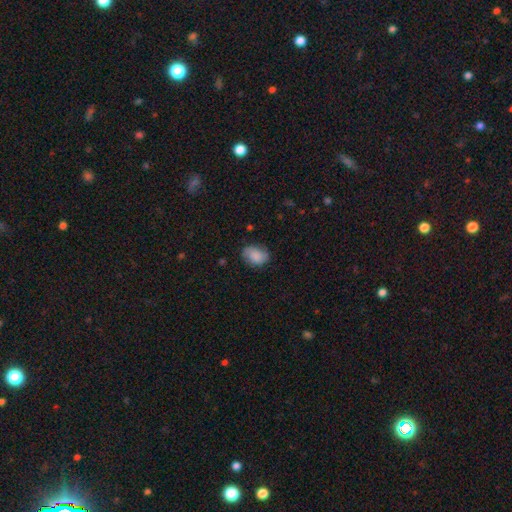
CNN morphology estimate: The model was most divided on "how rounded": in between: 69%, round: 30%, cigar-shaped: 1%. More confident: smooth or featured — smooth (81%); merging — none (71%).